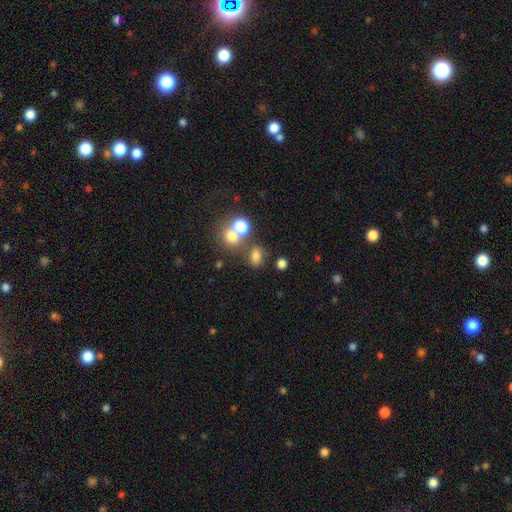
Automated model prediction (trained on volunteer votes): Q: Smooth or featured?
A: smooth (73%); runner-up: star or artifact (18%)
Q: How rounded?
A: in between (58%); runner-up: round (40%)
Q: Merging?
A: none (59%); runner-up: merger (22%)